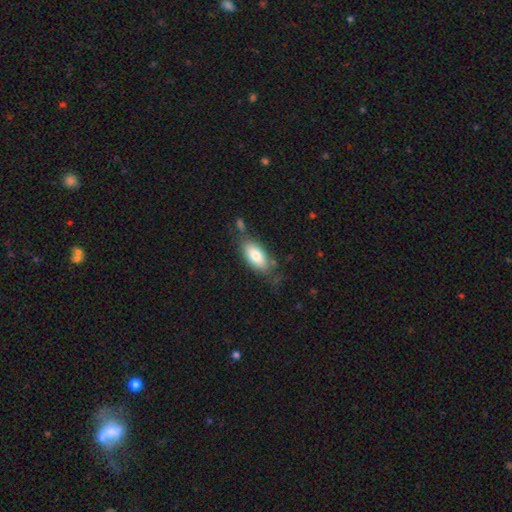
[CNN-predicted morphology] Overall: smooth (78%). How rounded: in between (90%). Merging: none (62%).